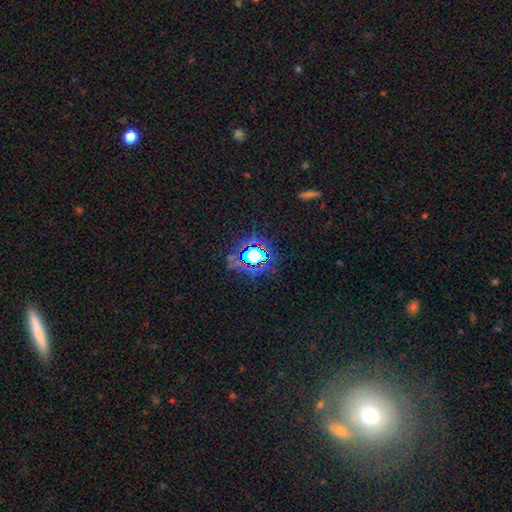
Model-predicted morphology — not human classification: Q: Smooth or featured?
A: star or artifact (67%); runner-up: smooth (21%)